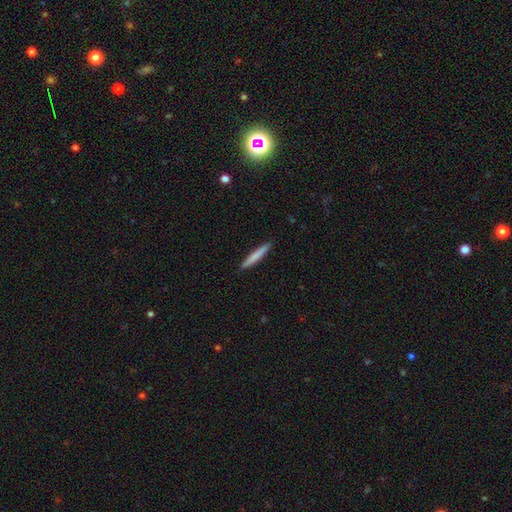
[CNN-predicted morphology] type=smooth (76%); roundness=cigar-shaped (96%); merging=none (92%).